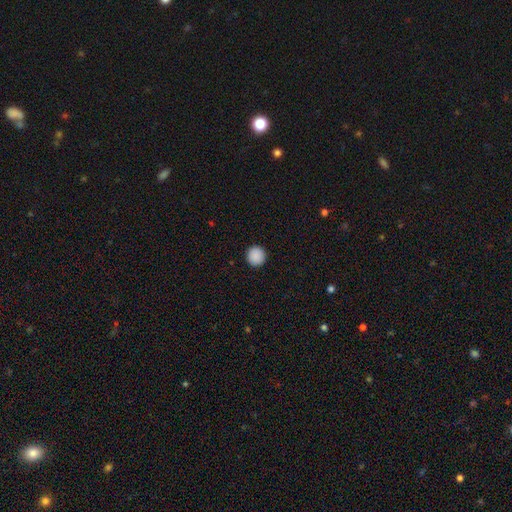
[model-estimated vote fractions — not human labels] Q: Smooth or featured?
A: smooth (89%); runner-up: star or artifact (8%)
Q: How rounded?
A: round (96%); runner-up: in between (3%)
Q: Merging?
A: none (93%); runner-up: minor disturbance (4%)